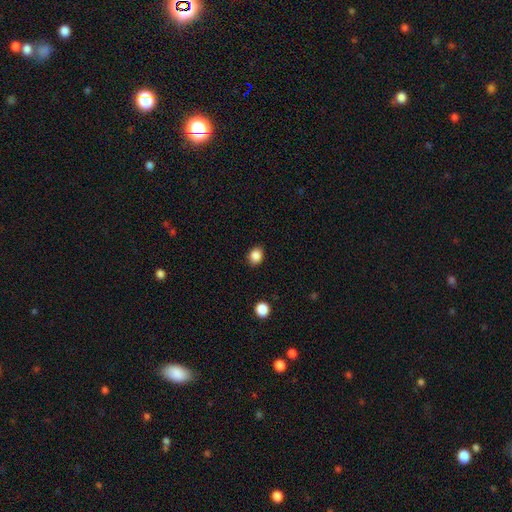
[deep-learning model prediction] Smooth or featured?
  - smooth: 86% *
  - star or artifact: 10%
  - featured or disk: 4%
How rounded?
  - round: 50% *
  - in between: 49%
  - cigar-shaped: 1%
Merging?
  - none: 88% *
  - minor disturbance: 9%
  - major disturbance: 2%
  - merger: 1%